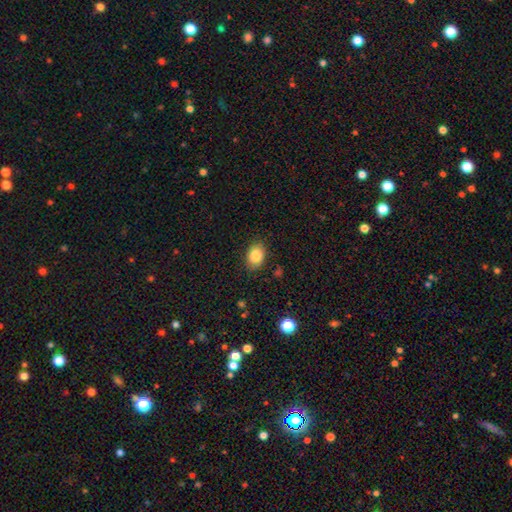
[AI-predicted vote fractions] Overall: smooth (85%). How rounded: in between (75%). Merging: none (84%).